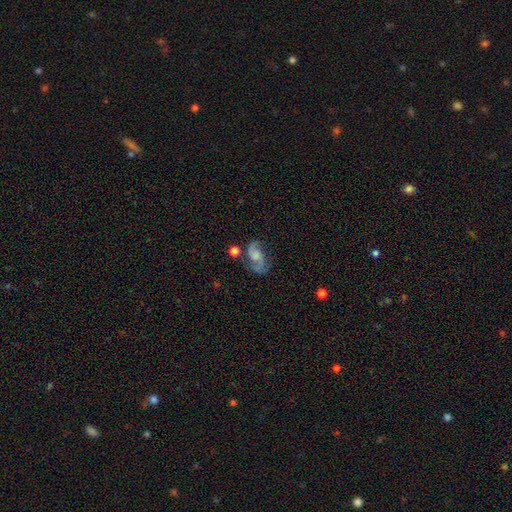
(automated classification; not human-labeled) Smooth or featured? featured or disk (77%)
Edge-on disk? no (97%)
Bar? no (57%)
Spiral arms? yes (94%)
Spiral winding? loose (52%)
Spiral arm count? 2 (90%)
Bulge size? small (30%, tied with none)
Merging? none (57%)